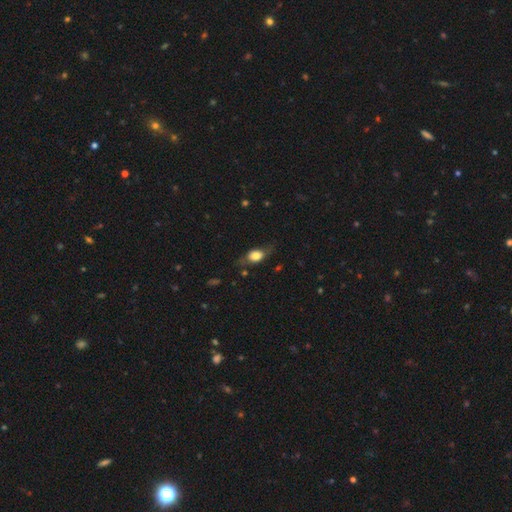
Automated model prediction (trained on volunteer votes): The model was most divided on "merging": none: 62%, minor disturbance: 25%, major disturbance: 11%, merger: 2%. More confident: how rounded — in between (77%); smooth or featured — smooth (70%).